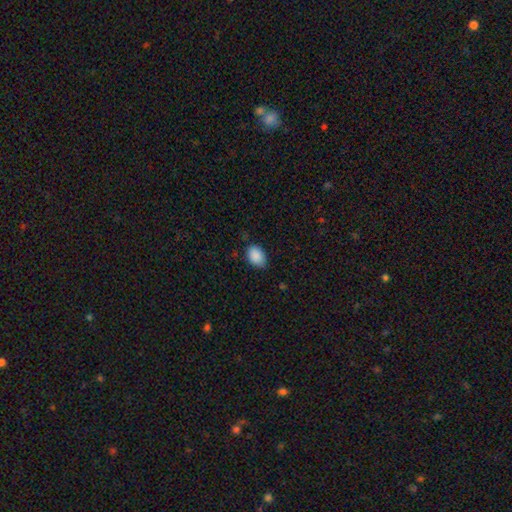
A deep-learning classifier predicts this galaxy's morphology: Smooth or featured?
  - smooth: 89% *
  - star or artifact: 7%
  - featured or disk: 3%
How rounded?
  - in between: 82% *
  - round: 17%
  - cigar-shaped: 1%
Merging?
  - none: 77% *
  - minor disturbance: 19%
  - major disturbance: 3%
  - merger: 1%